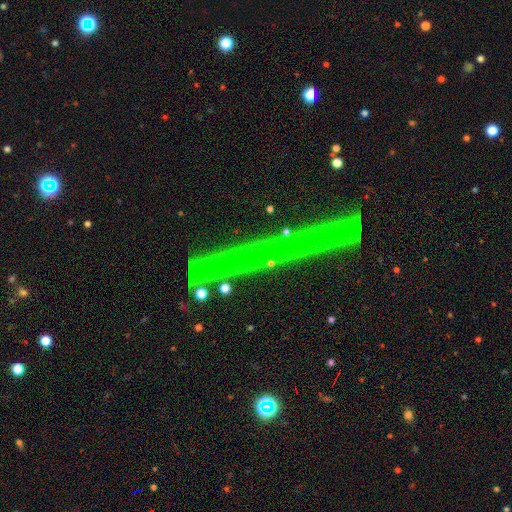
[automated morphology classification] The model was most divided on "smooth or featured": star or artifact: 73%, featured or disk: 19%, smooth: 8%.